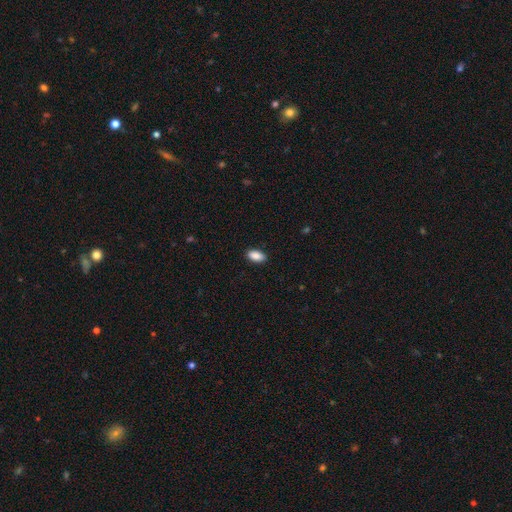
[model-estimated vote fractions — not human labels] Q: Smooth or featured?
A: smooth (89%); runner-up: star or artifact (7%)
Q: How rounded?
A: in between (92%); runner-up: cigar-shaped (4%)
Q: Merging?
A: none (88%); runner-up: minor disturbance (9%)